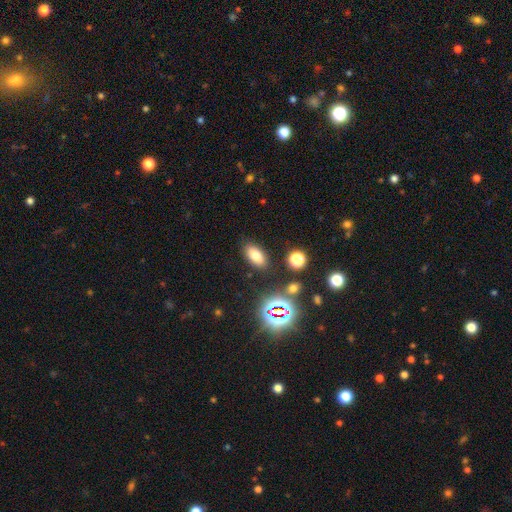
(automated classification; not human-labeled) The model was most divided on "smooth or featured": smooth: 72%, star or artifact: 17%, featured or disk: 11%. More confident: how rounded — in between (87%); merging — none (85%).